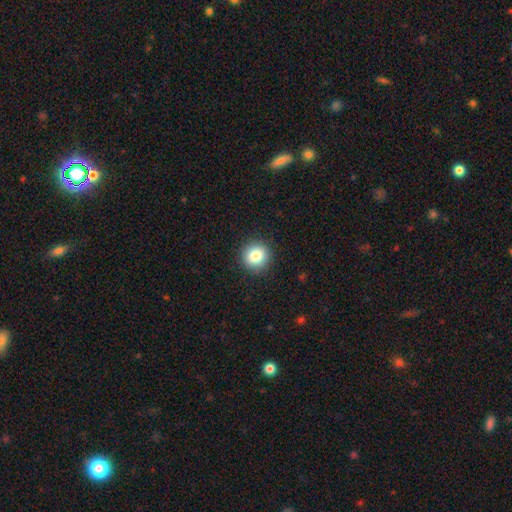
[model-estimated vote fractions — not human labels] A smooth galaxy with no disk features (83%) that is round (92%).

Vote fractions:
- Smooth or featured? smooth: 83% / star or artifact: 10% / featured or disk: 7%
- How rounded? round: 92% / in between: 7% / cigar-shaped: 1%
- Merging? none: 91% / minor disturbance: 6% / major disturbance: 2% / merger: 1%